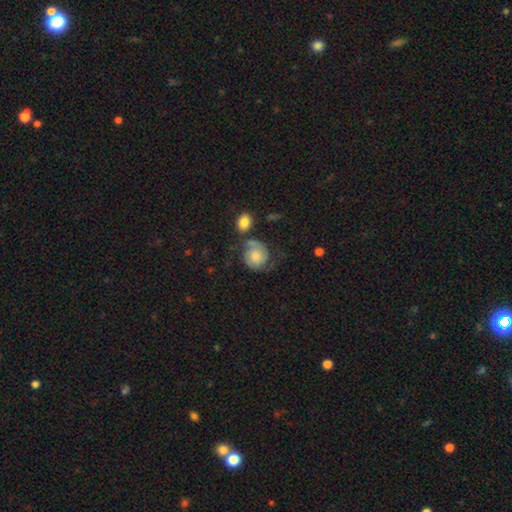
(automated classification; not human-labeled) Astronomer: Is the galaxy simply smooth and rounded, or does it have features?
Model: featured or disk — 53% (runner-up: smooth, 39%).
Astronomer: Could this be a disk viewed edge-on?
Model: no — 98%.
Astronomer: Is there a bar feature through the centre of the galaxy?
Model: no — 78%.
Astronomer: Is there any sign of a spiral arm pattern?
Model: yes — 87%.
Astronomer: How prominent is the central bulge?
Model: moderate — 39% (runner-up: small, 29%).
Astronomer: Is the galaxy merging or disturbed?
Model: none — 48% (runner-up: minor disturbance, 23%).